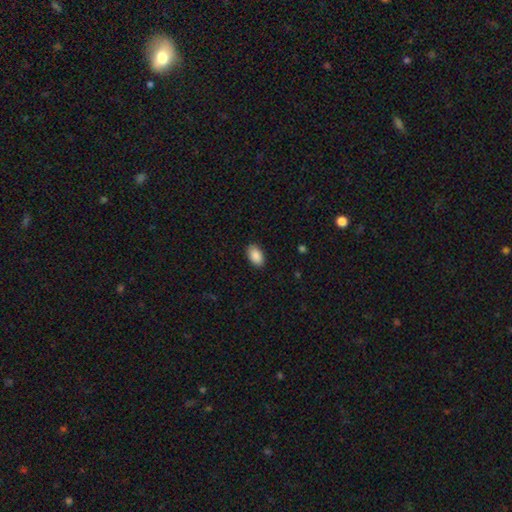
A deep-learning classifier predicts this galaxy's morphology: Smooth or featured: smooth — 90% (star or artifact — 7%)
How rounded: in between — 94% (round — 5%)
Merging: none — 89% (minor disturbance — 8%)